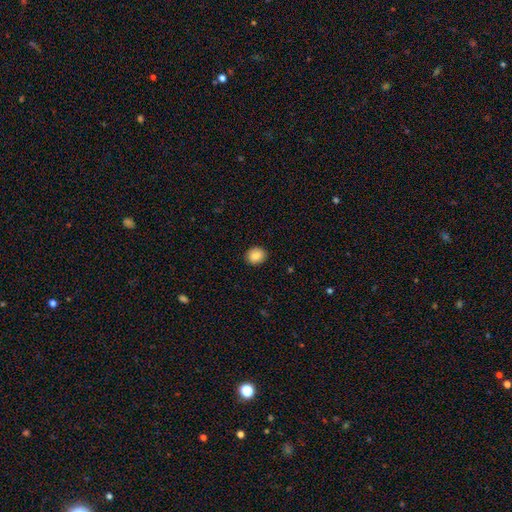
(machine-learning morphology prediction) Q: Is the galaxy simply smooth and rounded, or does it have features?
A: smooth — 86%.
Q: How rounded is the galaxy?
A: round — 74%.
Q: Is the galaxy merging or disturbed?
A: none — 91%.